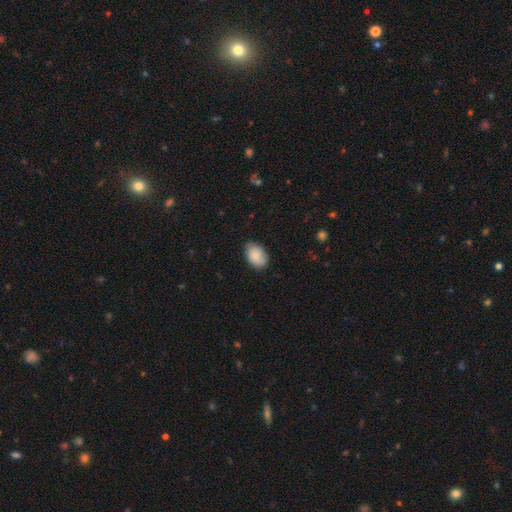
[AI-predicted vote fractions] Overall: smooth (85%). How rounded: in between (85%). Merging: none (79%).